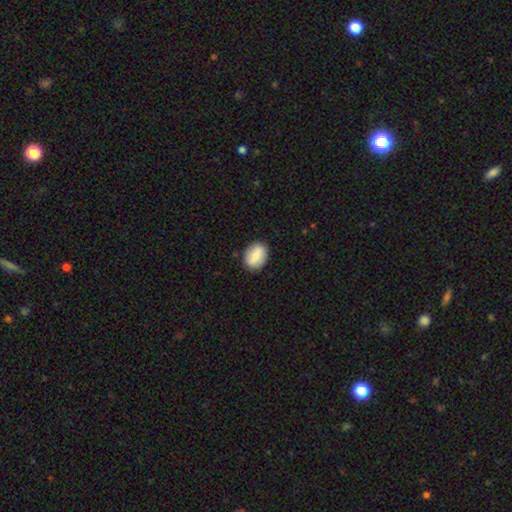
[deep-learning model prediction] The model was most divided on "how rounded": in between: 67%, round: 31%, cigar-shaped: 2%. More confident: merging — none (87%); smooth or featured — smooth (70%).